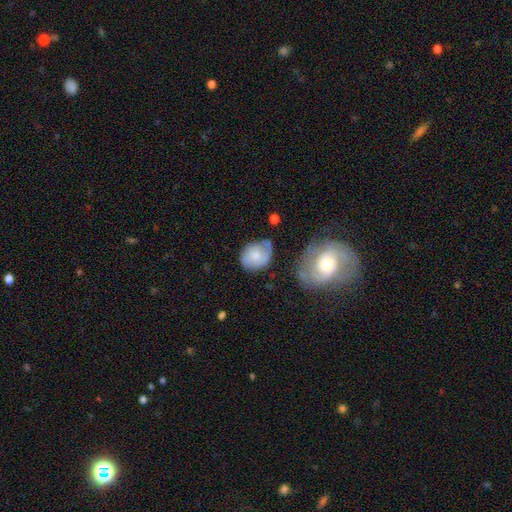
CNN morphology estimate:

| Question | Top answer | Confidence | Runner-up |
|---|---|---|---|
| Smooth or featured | smooth | 54% | featured or disk (38%) |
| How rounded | in between | 51% | round (48%) |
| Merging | none | 45% | minor disturbance (33%) |